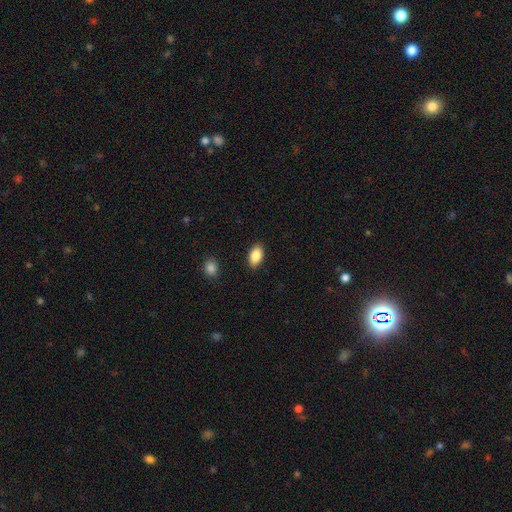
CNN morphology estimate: type=smooth (86%); roundness=in between (92%); merging=none (89%).